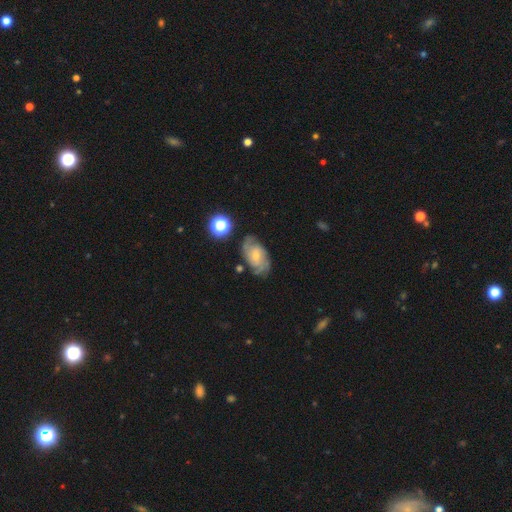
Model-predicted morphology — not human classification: smooth_or_featured: featured or disk (p=0.73) [alt: smooth p=0.19]
disk_edge_on: no (p=0.96) [alt: yes p=0.04]
bar: no (p=0.65) [alt: weak p=0.30]
has_spiral_arms: yes (p=0.93) [alt: no p=0.07]
spiral_winding: tight (p=0.46) [alt: medium p=0.40]
spiral_arm_count: 2 (p=0.34) [alt: can't tell p=0.31]
bulge_size: small (p=0.64) [alt: moderate p=0.30]
merging: none (p=0.69) [alt: minor disturbance p=0.20]